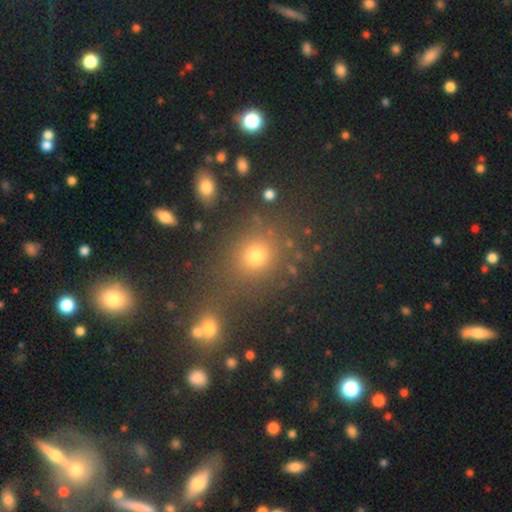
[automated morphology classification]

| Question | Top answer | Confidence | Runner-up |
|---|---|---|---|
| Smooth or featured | smooth | 71% | star or artifact (21%) |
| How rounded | round | 78% | in between (21%) |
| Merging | none | 72% | merger (13%) |